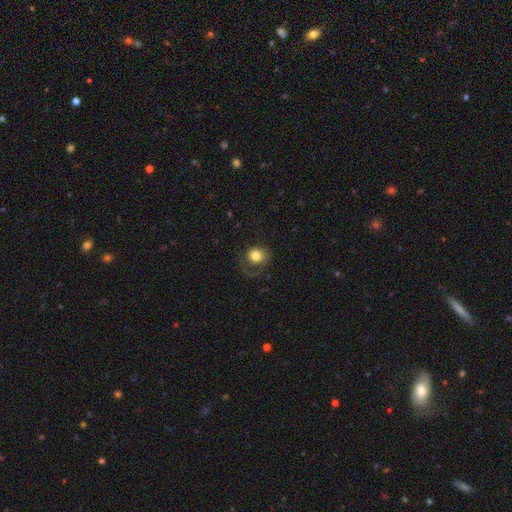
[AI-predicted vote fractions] The model was most divided on "merging": none: 47%, major disturbance: 30%, minor disturbance: 21%, merger: 2%. More confident: how rounded — round (77%); smooth or featured — smooth (76%).